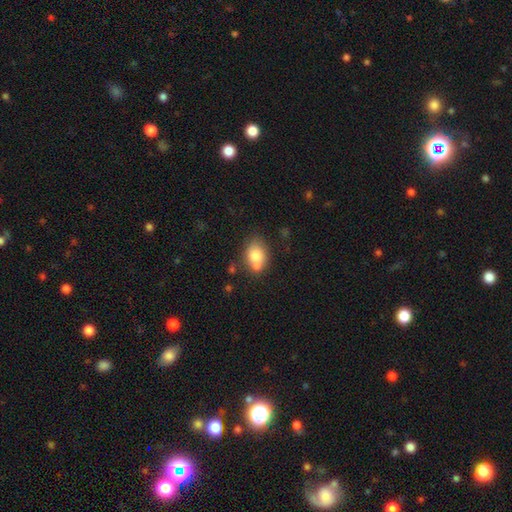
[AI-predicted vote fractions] A smooth galaxy with no disk features (77%) that is in between round and cigar-shaped (66%).

Vote fractions:
- Smooth or featured? smooth: 77% / featured or disk: 14% / star or artifact: 9%
- How rounded? in between: 66% / round: 32% / cigar-shaped: 1%
- Merging? none: 49% / merger: 29% / minor disturbance: 17% / major disturbance: 5%